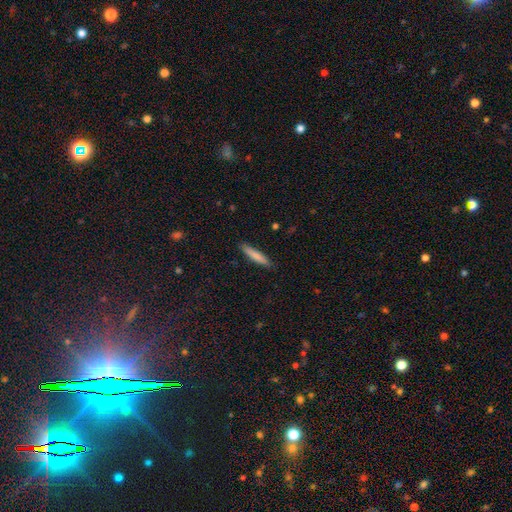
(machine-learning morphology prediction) Overall: smooth (80%). How rounded: cigar-shaped (90%). Merging: none (88%).